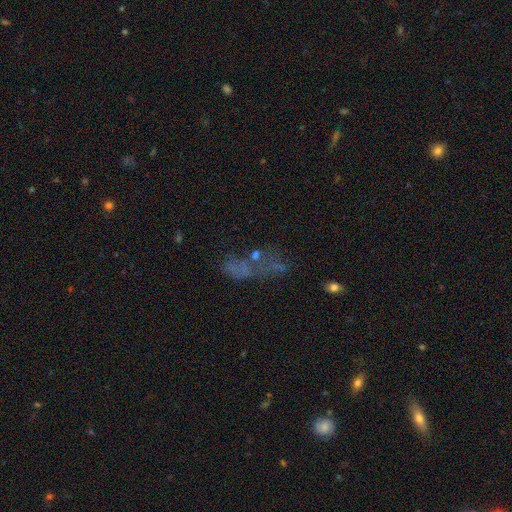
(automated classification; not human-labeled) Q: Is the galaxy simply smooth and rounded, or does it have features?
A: smooth — 38%.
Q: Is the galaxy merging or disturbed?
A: none — 33%.